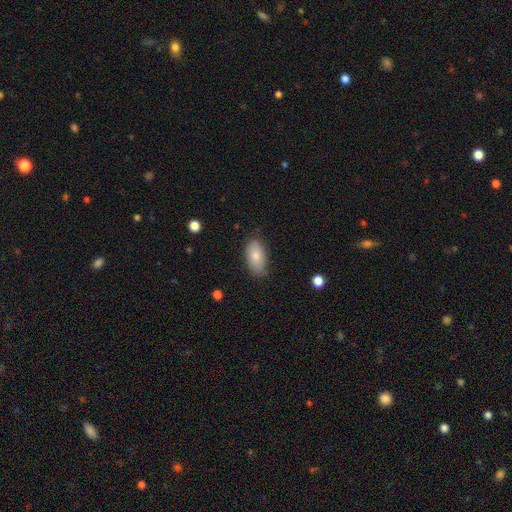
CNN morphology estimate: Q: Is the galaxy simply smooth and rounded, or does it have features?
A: smooth — 82%.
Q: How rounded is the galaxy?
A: in between — 93%.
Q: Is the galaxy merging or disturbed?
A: none — 79%.